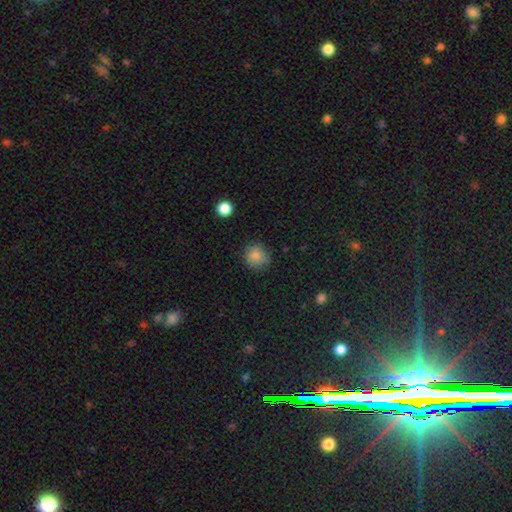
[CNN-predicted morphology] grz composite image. It shows a smooth galaxy with no disk features (84%) that is round (86%). Merging: none (77%).